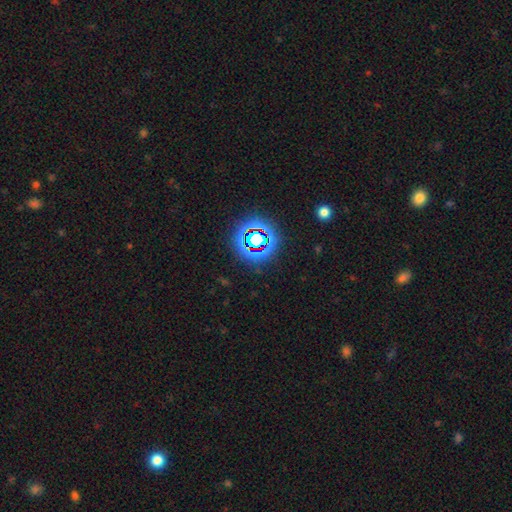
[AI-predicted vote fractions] The model was most divided on "smooth or featured": star or artifact: 61%, smooth: 29%, featured or disk: 10%.